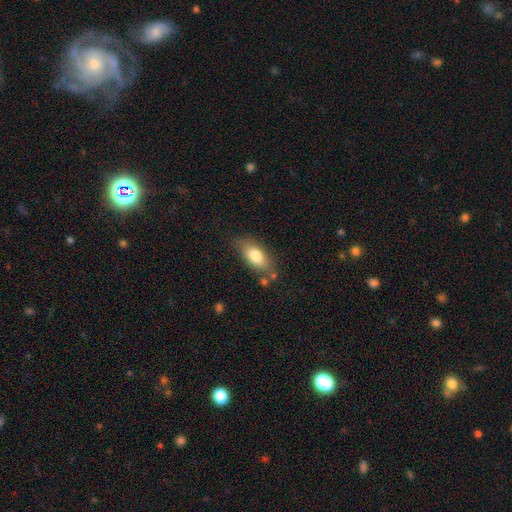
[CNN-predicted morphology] smooth 77%, featured or disk 16%, star or artifact 7%. Down the decision tree: how rounded — in between (85%); merging — none (71%).